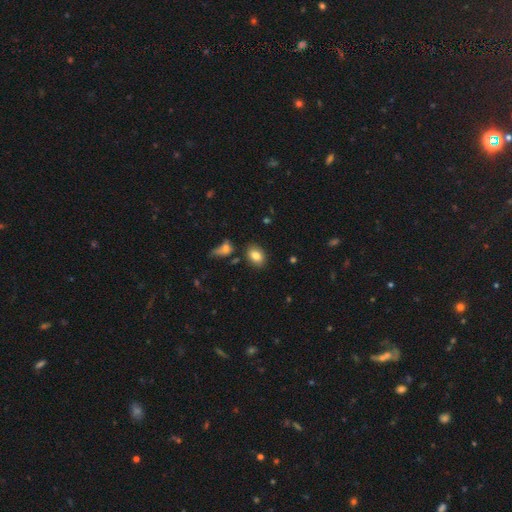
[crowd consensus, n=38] Smooth or featured? 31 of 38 (82%) said smooth. How rounded? 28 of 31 (90%) said in between. Merging? 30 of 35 (86%) said none.